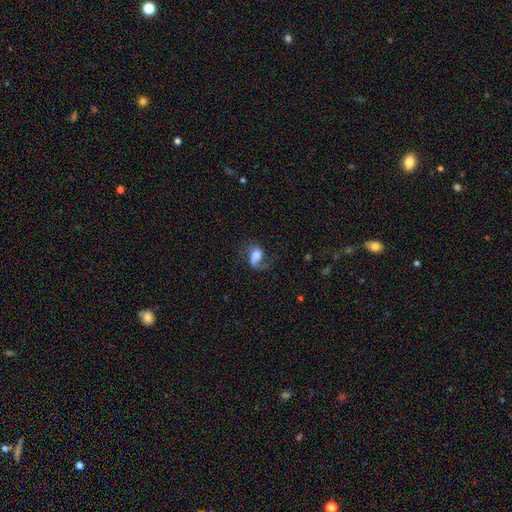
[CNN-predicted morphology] type=featured or disk (58%); edge-on=no (96%); bar=no (48%); spiral arms=yes (89%); bulge=large (39%); merging=none (46%).